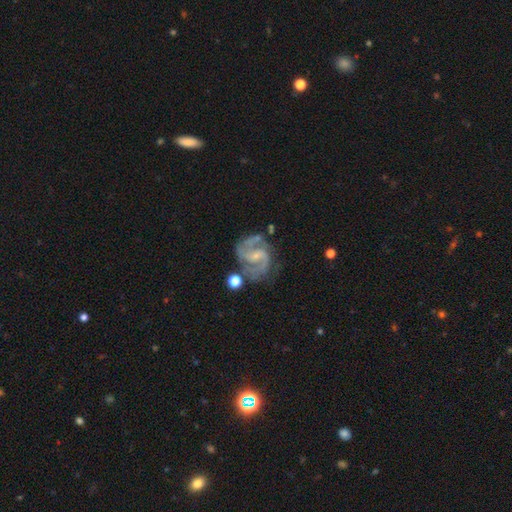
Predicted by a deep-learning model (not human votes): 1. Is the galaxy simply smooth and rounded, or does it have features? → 90% featured or disk, 5% star or artifact, 5% smooth.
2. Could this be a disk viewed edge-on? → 98% no, 2% yes.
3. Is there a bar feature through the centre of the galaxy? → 50% weak, 31% no, 19% strong.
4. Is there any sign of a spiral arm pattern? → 98% yes, 2% no.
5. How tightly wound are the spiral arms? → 59% medium, 25% tight, 16% loose.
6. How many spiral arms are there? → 78% 2, 11% 3, 5% can't tell, 2% 1, 2% 4, 2% more than 4.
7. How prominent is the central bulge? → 72% small, 16% moderate, 10% none, 1% large, 1% dominant.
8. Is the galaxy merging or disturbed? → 61% none, 21% minor disturbance, 11% major disturbance, 6% merger.